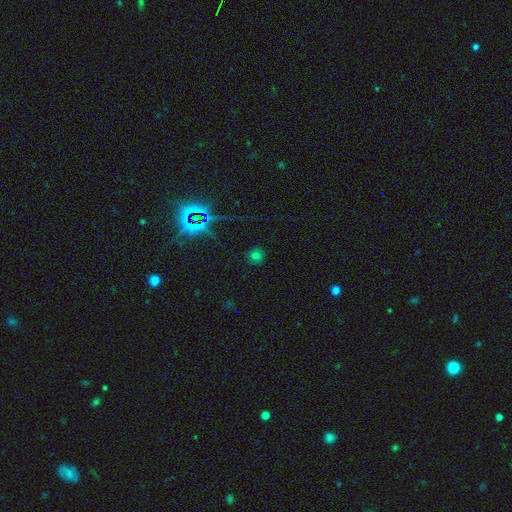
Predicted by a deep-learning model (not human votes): The model was most divided on "smooth or featured": smooth: 59%, star or artifact: 31%, featured or disk: 10%. More confident: how rounded — round (90%); merging — none (87%).